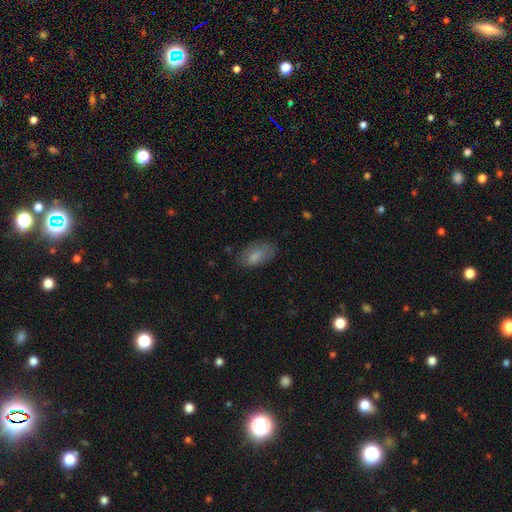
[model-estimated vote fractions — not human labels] A smooth galaxy with no disk features (78%) that is in between round and cigar-shaped (92%). Merging: none (67%).